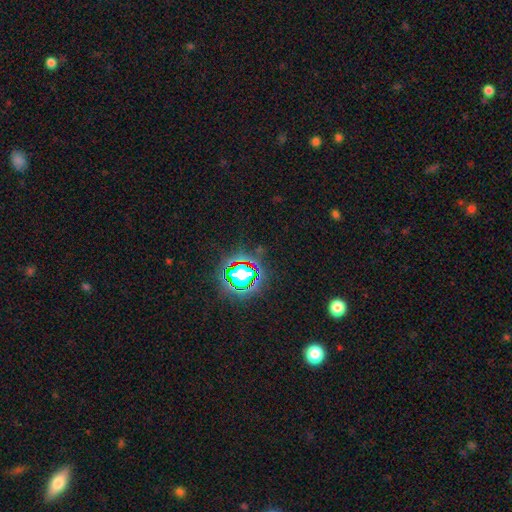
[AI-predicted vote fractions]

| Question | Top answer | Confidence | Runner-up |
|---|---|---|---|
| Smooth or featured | star or artifact | 81% | smooth (12%) |